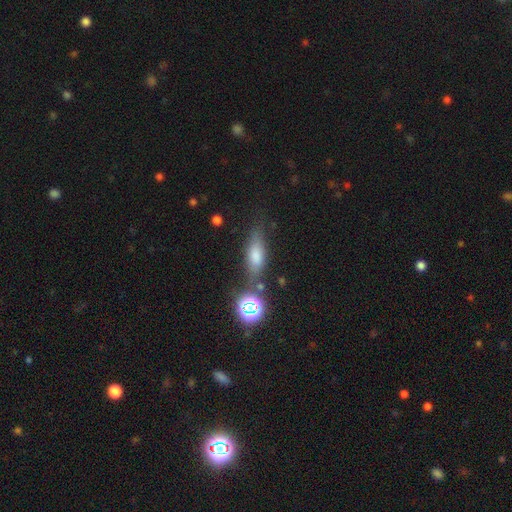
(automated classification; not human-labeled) smooth_or_featured: smooth (p=0.59) [alt: featured or disk p=0.25]
how_rounded: in between (p=0.51) [alt: cigar-shaped p=0.42]
merging: none (p=0.68) [alt: minor disturbance p=0.17]